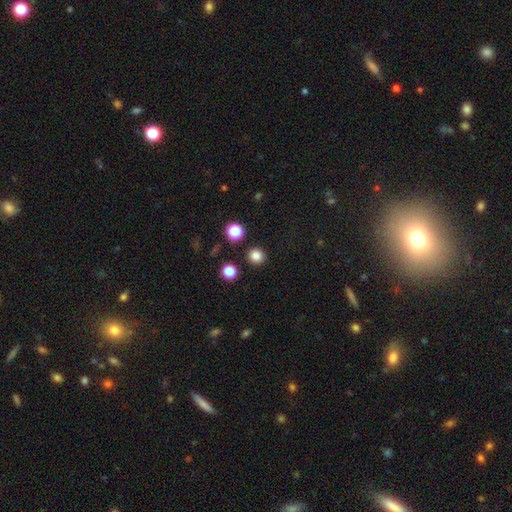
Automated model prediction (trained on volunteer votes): Q: Smooth or featured?
A: smooth (83%); runner-up: star or artifact (13%)
Q: How rounded?
A: round (91%); runner-up: in between (8%)
Q: Merging?
A: none (90%); runner-up: minor disturbance (5%)